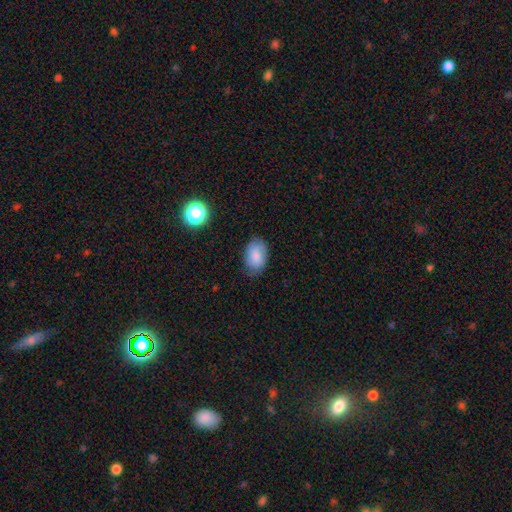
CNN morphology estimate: This is clearly a smooth galaxy (82%). How rounded: clearly in between (88%). Merging: likely none (77%).